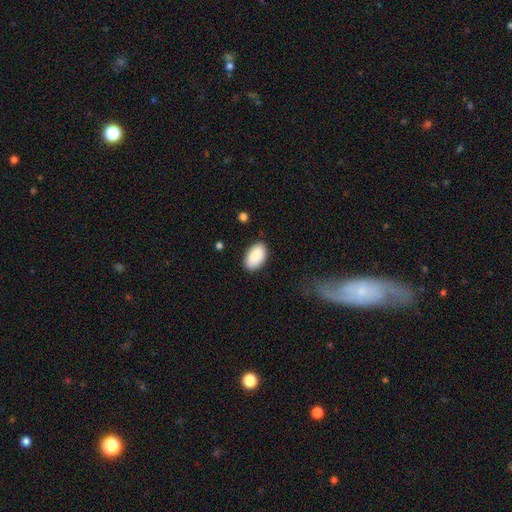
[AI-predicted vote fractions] A smooth galaxy with no disk features (90%) that is in between round and cigar-shaped (95%). Merging: none (85%).